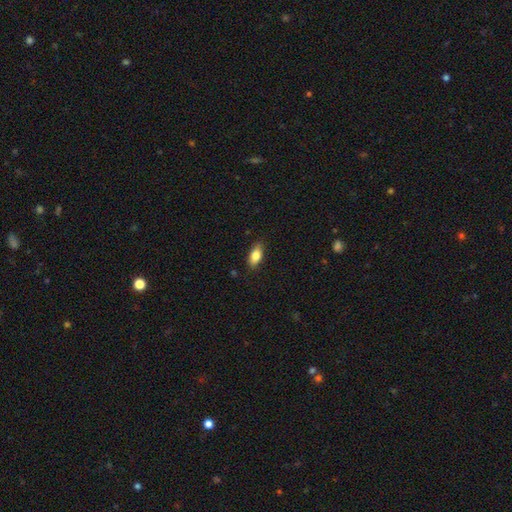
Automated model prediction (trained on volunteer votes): Smooth or featured? smooth (82%)
How rounded? in between (87%)
Merging? none (85%)